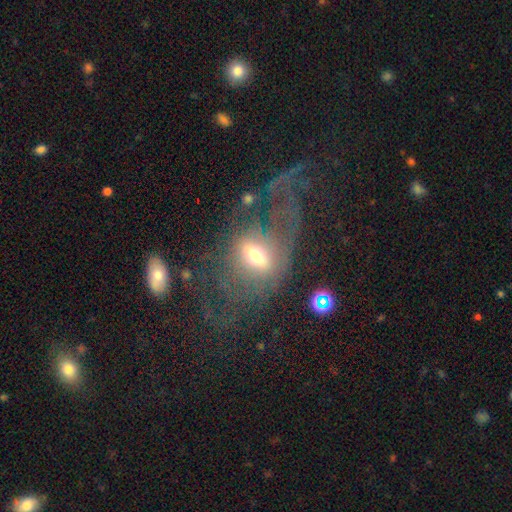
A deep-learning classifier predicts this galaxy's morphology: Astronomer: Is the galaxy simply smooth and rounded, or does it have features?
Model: featured or disk — 49% (runner-up: smooth, 38%).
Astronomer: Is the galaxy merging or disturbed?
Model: major disturbance — 45% (runner-up: none, 32%).